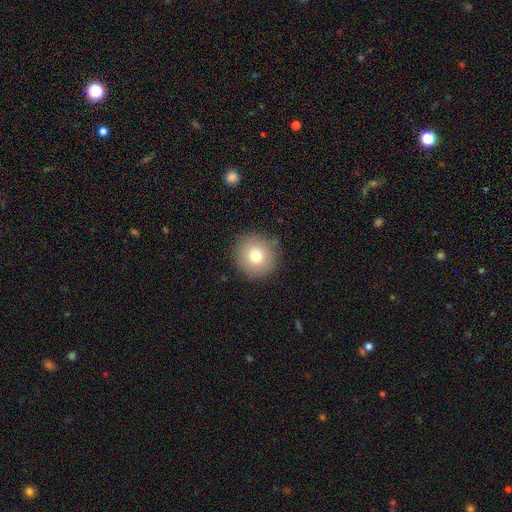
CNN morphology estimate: smooth 75%, featured or disk 13%, star or artifact 12%. Down the decision tree: how rounded — round (94%); merging — none (88%).